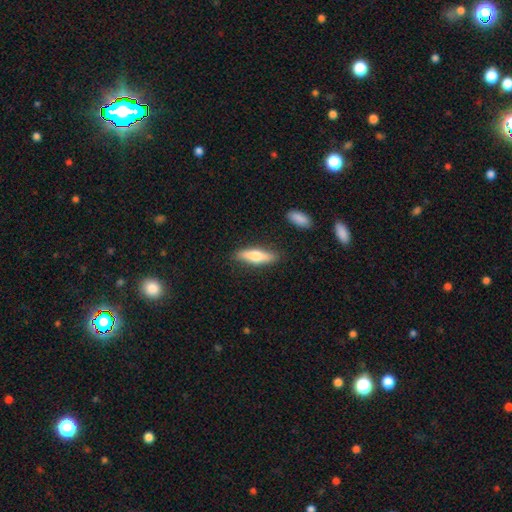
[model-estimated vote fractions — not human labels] Smooth or featured: smooth — 63% (featured or disk — 32%)
How rounded: cigar-shaped — 63% (in between — 35%)
Merging: none — 83% (minor disturbance — 11%)